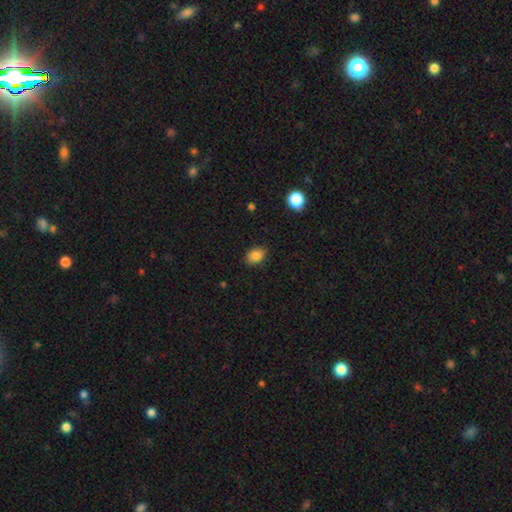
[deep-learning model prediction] This appears to be a smooth galaxy with no disk features (85%) that is in between round and cigar-shaped (67%). Merging: none (86%).